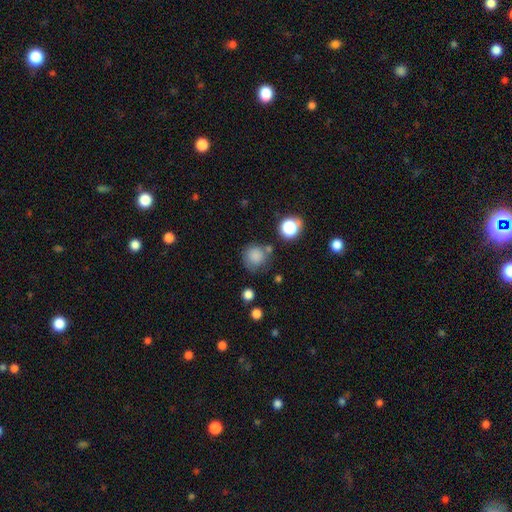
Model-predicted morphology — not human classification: smooth-or-featured: smooth: 81% | star or artifact: 13% | featured or disk: 6%
  how-rounded: round: 90% | in between: 9% | cigar-shaped: 1%
  merging: none: 68% | minor disturbance: 16% | merger: 9% | major disturbance: 6%